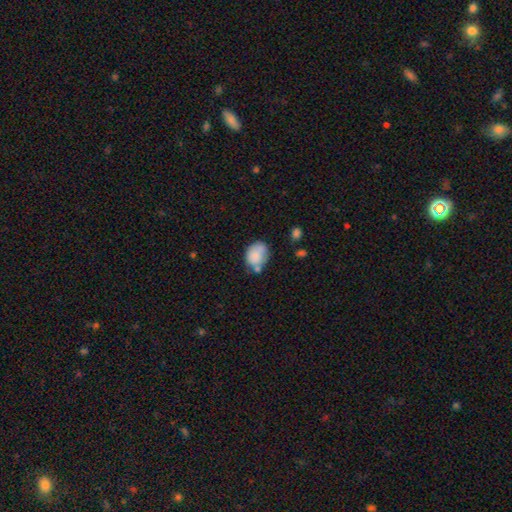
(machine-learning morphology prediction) The model was most divided on "merging": none: 50%, minor disturbance: 27%, merger: 15%, major disturbance: 8%. More confident: smooth or featured — smooth (82%); how rounded — in between (66%).